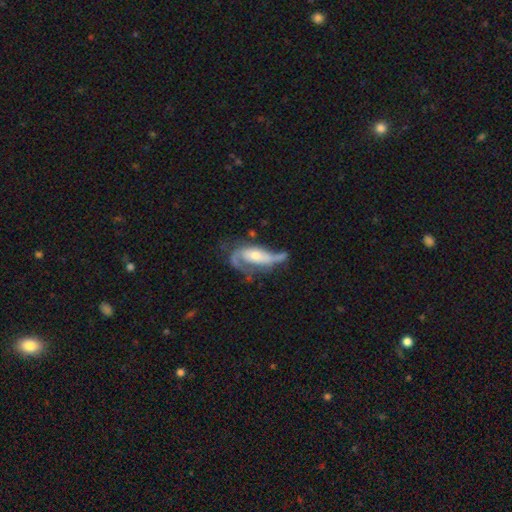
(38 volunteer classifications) Smooth or featured?
  - featured or disk: 87% *
  - smooth: 11%
  - star or artifact: 3%
Edge-on disk?
  - no: 91% *
  - yes: 9%
Bar?
  - no: 50% *
  - weak: 40%
  - strong: 10%
Spiral arms?
  - yes: 97% *
  - no: 3%
Spiral winding?
  - loose: 45% *
  - medium: 34%
  - tight: 21%
Spiral arm count?
  - 2: 66% *
  - can't tell: 21%
  - 1: 14%
  - 3: 0%
  - 4: 0%
  - more than 4: 0%
Bulge size?
  - small: 50% *
  - moderate: 47%
  - dominant: 3%
  - large: 0%
  - none: 0%
Merging?
  - none: 49% *
  - minor disturbance: 24%
  - major disturbance: 24%
  - merger: 3%